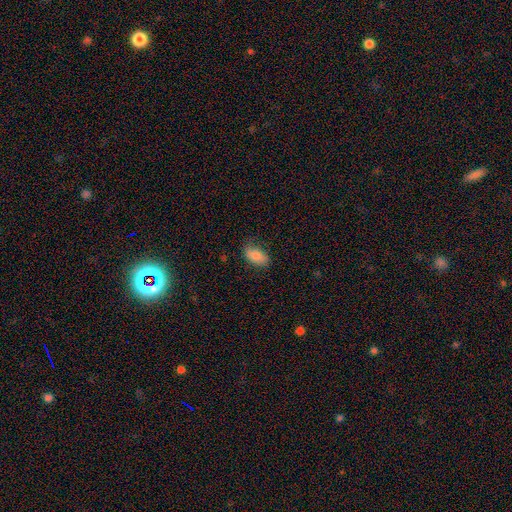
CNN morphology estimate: smooth 82%, featured or disk 11%, star or artifact 7%. Down the decision tree: how rounded — in between (93%); merging — none (68%).